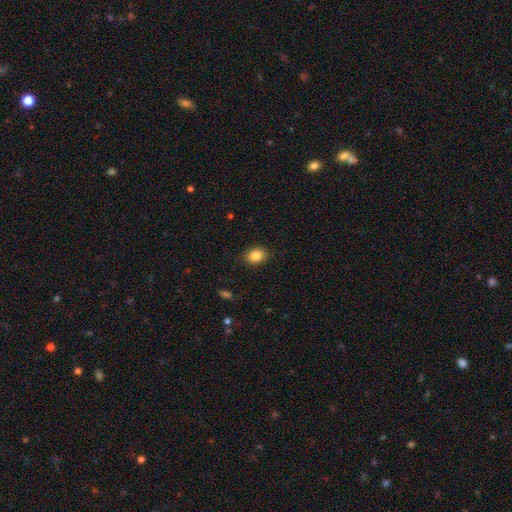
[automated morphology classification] Smooth or featured: smooth — 86% (star or artifact — 9%)
How rounded: in between — 59% (round — 40%)
Merging: none — 87% (minor disturbance — 9%)